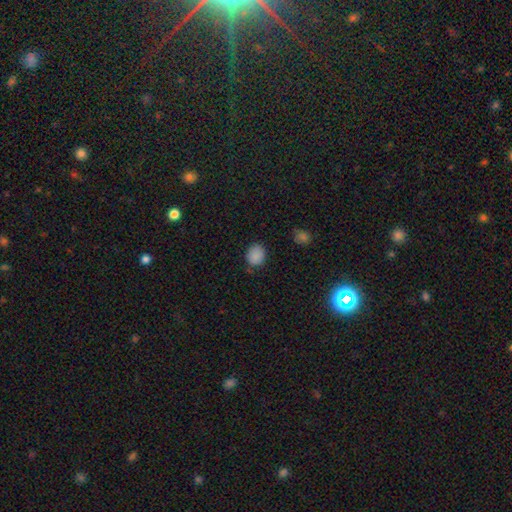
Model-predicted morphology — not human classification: smooth 86%, star or artifact 10%, featured or disk 4%. Down the decision tree: how rounded — round (70%); merging — none (78%).